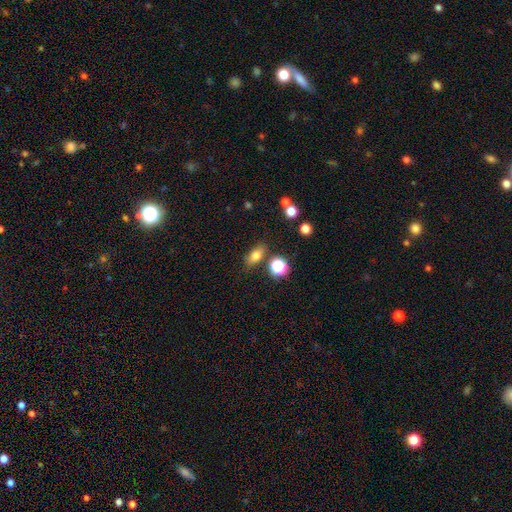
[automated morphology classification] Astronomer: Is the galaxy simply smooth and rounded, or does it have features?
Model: smooth — 77%.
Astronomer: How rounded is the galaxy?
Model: in between — 77%.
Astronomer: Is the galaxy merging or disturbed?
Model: none — 77%.